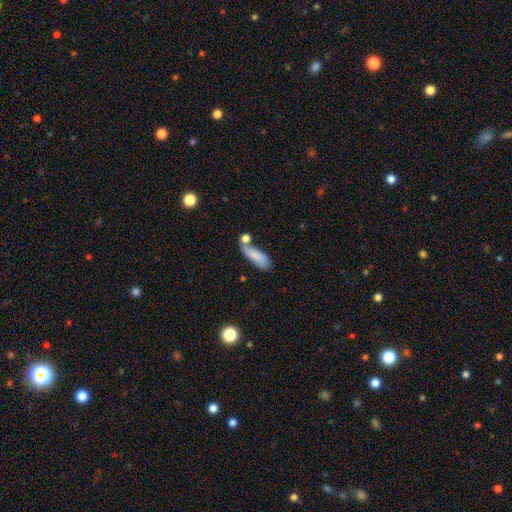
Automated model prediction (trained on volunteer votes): Q: Smooth or featured?
A: smooth (76%); runner-up: featured or disk (16%)
Q: How rounded?
A: in between (62%); runner-up: cigar-shaped (35%)
Q: Merging?
A: none (40%); runner-up: merger (29%)